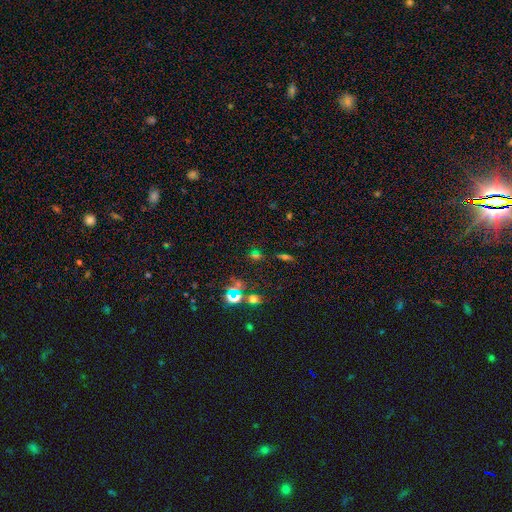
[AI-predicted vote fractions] Smooth or featured? star or artifact (55%)